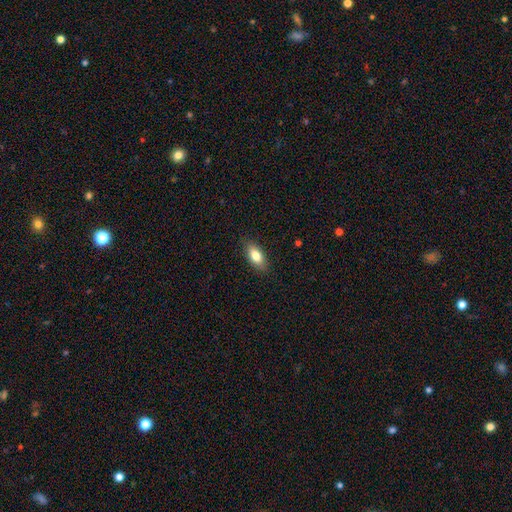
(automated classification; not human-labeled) A smooth galaxy with no disk features (81%) that is in between round and cigar-shaped (86%).

Vote fractions:
- Smooth or featured? smooth: 81% / featured or disk: 12% / star or artifact: 7%
- How rounded? in between: 86% / cigar-shaped: 11% / round: 3%
- Merging? none: 86% / minor disturbance: 11% / major disturbance: 2% / merger: 1%